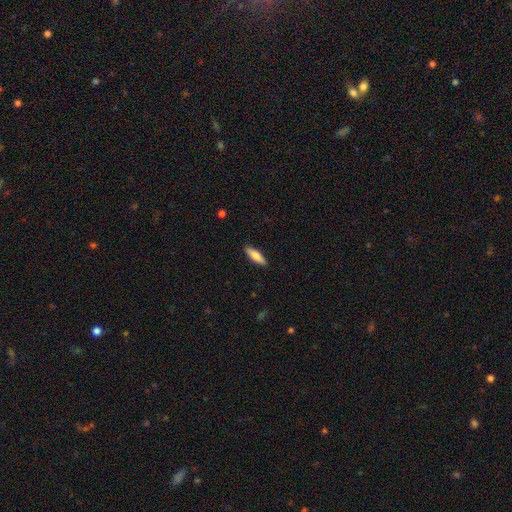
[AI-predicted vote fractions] Overall: smooth (75%). How rounded: cigar-shaped (56%; in between 42%). Merging: none (89%).